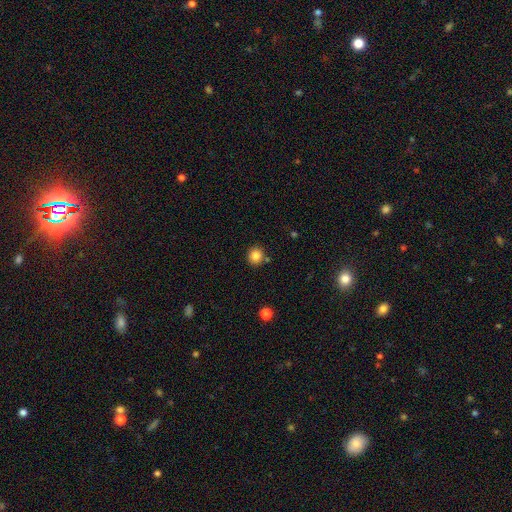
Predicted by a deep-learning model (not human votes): smooth_or_featured: smooth (p=0.84) [alt: star or artifact p=0.11]
how_rounded: round (p=0.91) [alt: in between p=0.08]
merging: none (p=0.86) [alt: minor disturbance p=0.07]